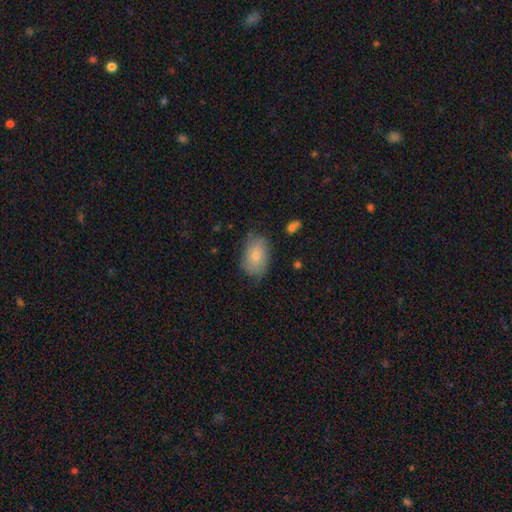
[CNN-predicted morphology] Smooth or featured? smooth (71%)
How rounded? in between (87%)
Merging? none (63%)